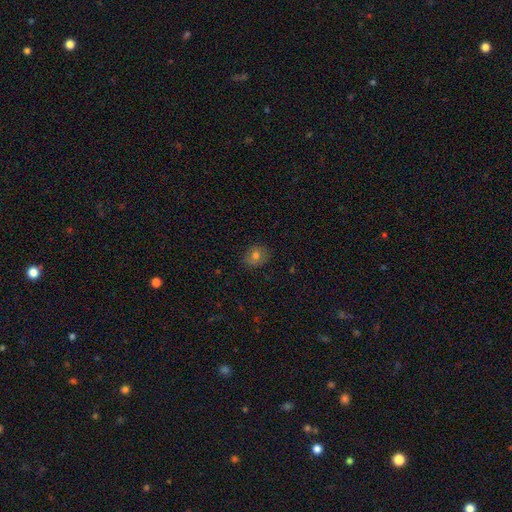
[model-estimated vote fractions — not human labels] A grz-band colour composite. It shows a smooth galaxy with no disk features (73%) that is round (61%). Merging: none (84%).